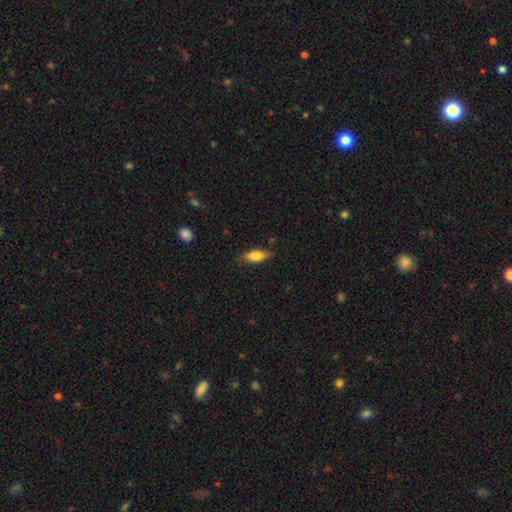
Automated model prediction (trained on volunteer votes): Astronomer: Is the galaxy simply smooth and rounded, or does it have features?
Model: smooth — 84%.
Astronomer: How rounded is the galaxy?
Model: in between — 79%.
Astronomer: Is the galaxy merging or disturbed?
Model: none — 78%.